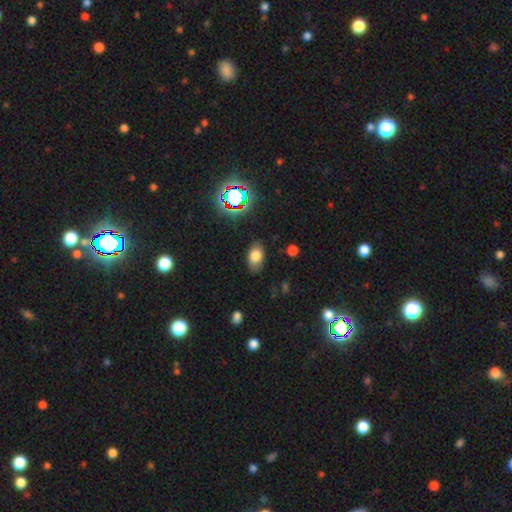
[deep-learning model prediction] Smooth or featured?
  - smooth: 74% *
  - featured or disk: 13%
  - star or artifact: 13%
How rounded?
  - in between: 88% *
  - round: 10%
  - cigar-shaped: 2%
Merging?
  - none: 78% *
  - minor disturbance: 16%
  - major disturbance: 4%
  - merger: 1%